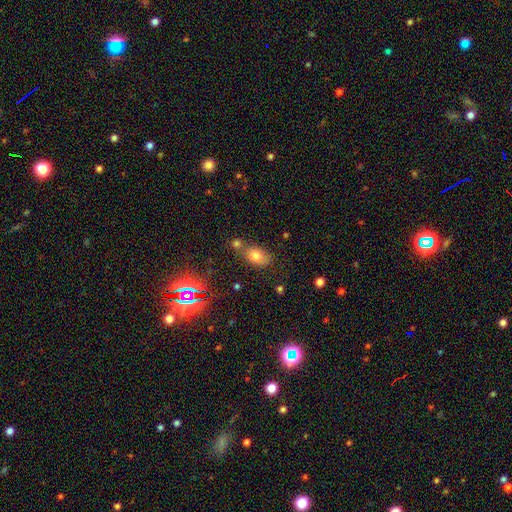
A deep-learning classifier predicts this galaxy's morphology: smooth-or-featured: smooth: 73% | star or artifact: 16% | featured or disk: 11%
  how-rounded: in between: 82% | round: 15% | cigar-shaped: 3%
  merging: none: 58% | merger: 23% | minor disturbance: 14% | major disturbance: 5%